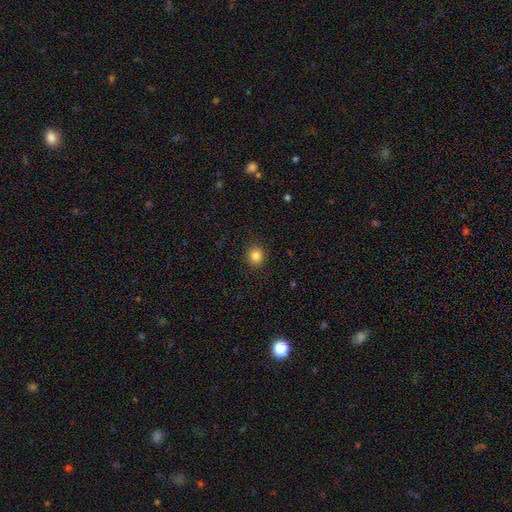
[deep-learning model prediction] The model was most divided on "smooth or featured": smooth: 83%, star or artifact: 11%, featured or disk: 5%. More confident: merging — none (91%); how rounded — round (88%).